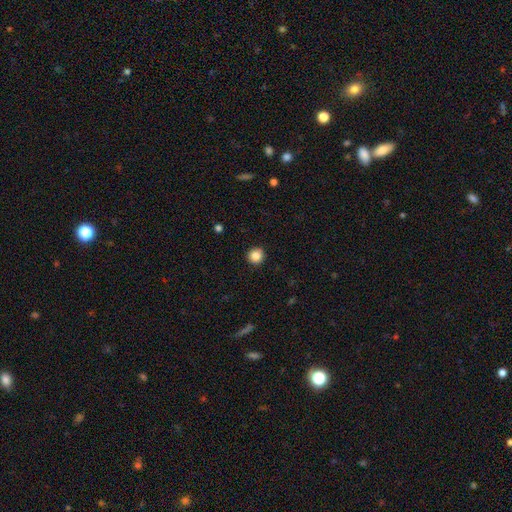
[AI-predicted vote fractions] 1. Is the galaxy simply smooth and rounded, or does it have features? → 86% smooth, 10% star or artifact, 4% featured or disk.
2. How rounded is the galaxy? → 95% round, 4% in between, 1% cigar-shaped.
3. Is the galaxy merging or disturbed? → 92% none, 5% minor disturbance, 2% major disturbance, 1% merger.